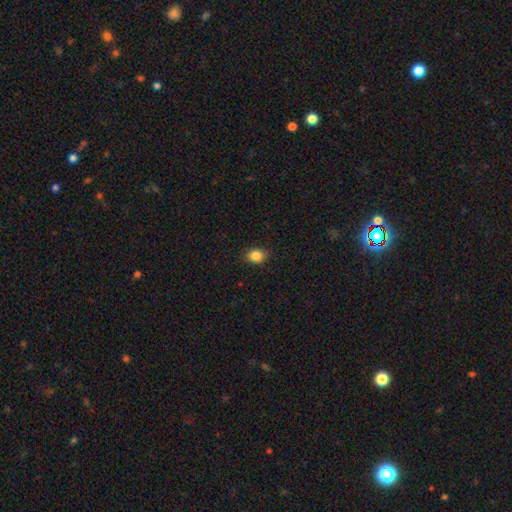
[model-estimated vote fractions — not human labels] Smooth or featured? Predicted: smooth (p=0.85). How rounded? Predicted: round (p=0.56). Merging? Predicted: none (p=0.87).